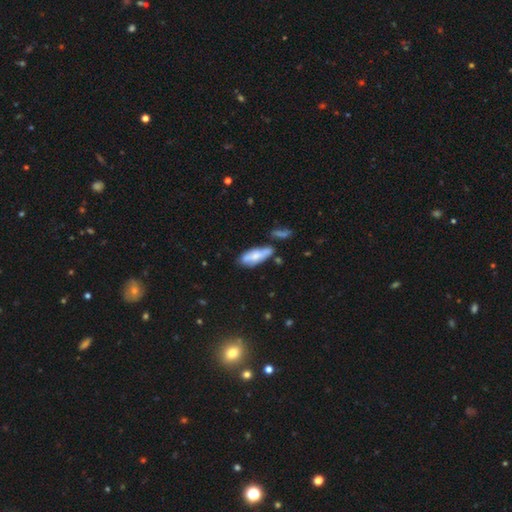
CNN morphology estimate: type=smooth (63%); roundness=in between (68%); merging=none (50%).